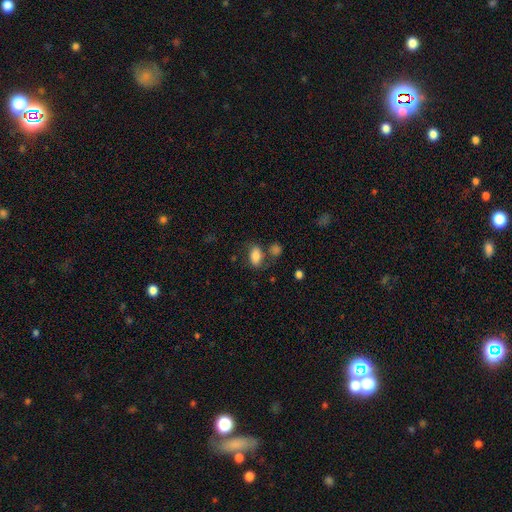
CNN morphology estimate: type=smooth (82%); roundness=in between (88%); merging=none (61%).